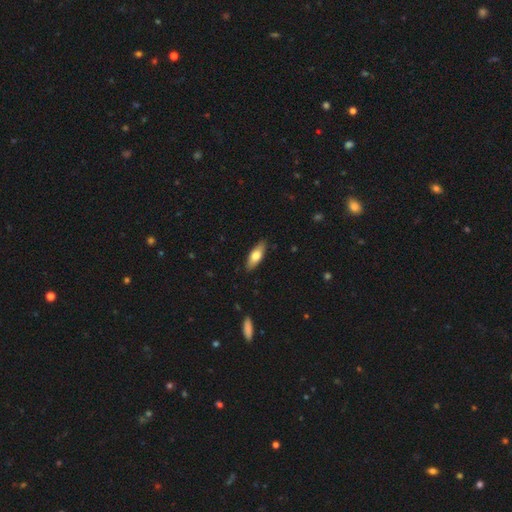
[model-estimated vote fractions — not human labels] smooth-or-featured: smooth: 68% | featured or disk: 26% | star or artifact: 6%
  how-rounded: in between: 63% | cigar-shaped: 34% | round: 2%
  merging: none: 88% | minor disturbance: 9% | major disturbance: 2% | merger: 1%